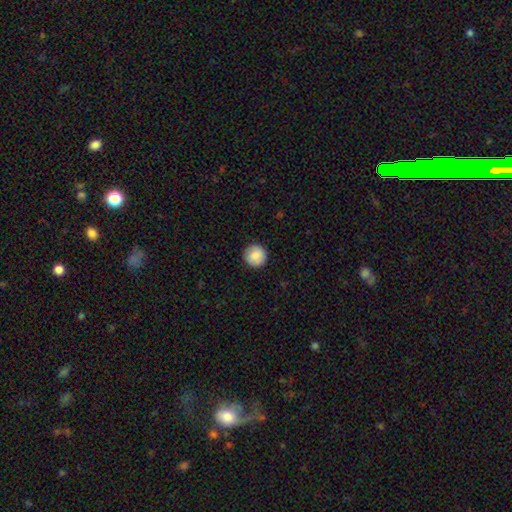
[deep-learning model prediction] smooth_or_featured: smooth (p=0.85) [alt: featured or disk p=0.08]
how_rounded: round (p=0.96) [alt: in between p=0.04]
merging: none (p=0.91) [alt: minor disturbance p=0.07]